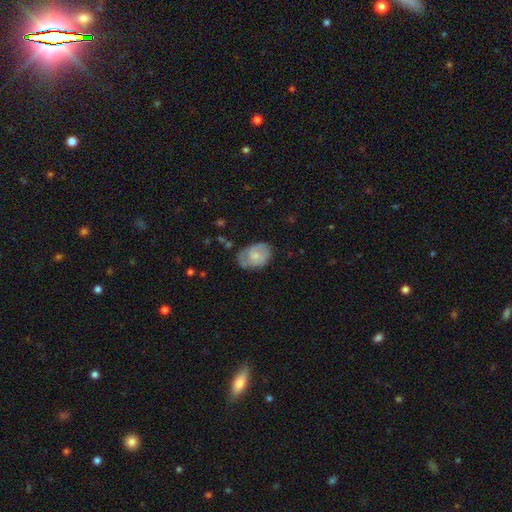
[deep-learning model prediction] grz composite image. It shows a smooth galaxy with no disk features (60%) that is in between round and cigar-shaped (78%). Merging: none (57%).